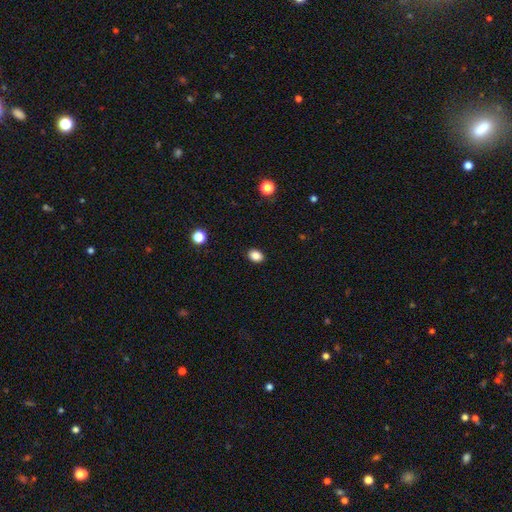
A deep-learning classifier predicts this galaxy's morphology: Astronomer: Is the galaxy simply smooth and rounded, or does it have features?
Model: smooth — 86%.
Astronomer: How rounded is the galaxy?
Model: in between — 68%.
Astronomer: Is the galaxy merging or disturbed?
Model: none — 90%.